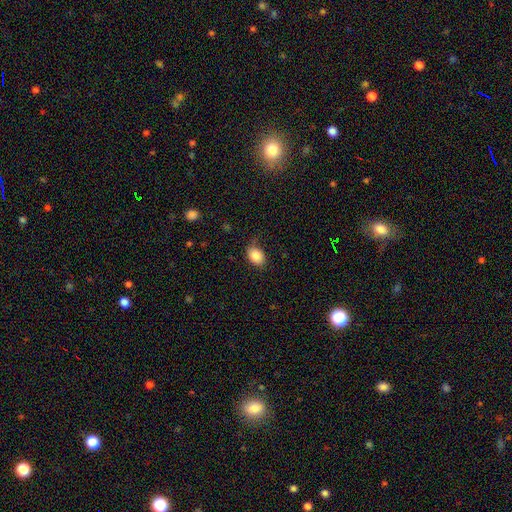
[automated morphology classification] Smooth or featured? Predicted: smooth (p=0.85). How rounded? Predicted: in between (p=0.70). Merging? Predicted: none (p=0.70).